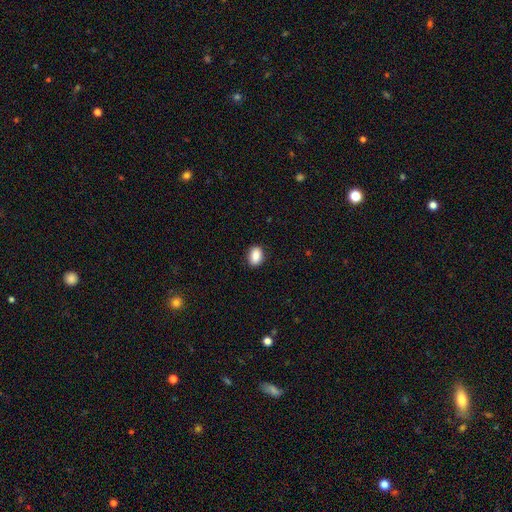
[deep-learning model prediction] A smooth galaxy with no disk features (88%) that is in between round and cigar-shaped (80%). Merging: none (89%).